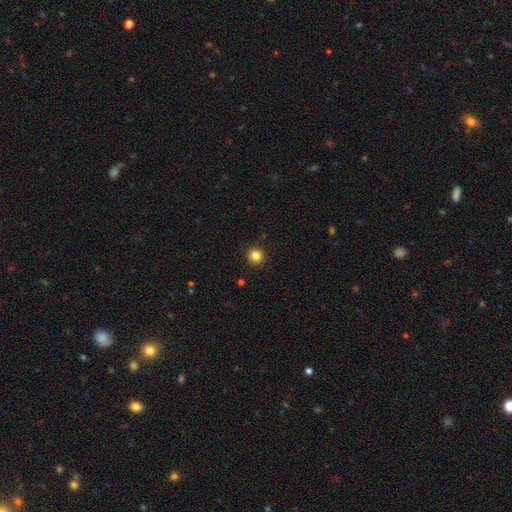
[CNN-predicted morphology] A smooth galaxy with no disk features (84%) that is round (95%). Merging: none (92%).